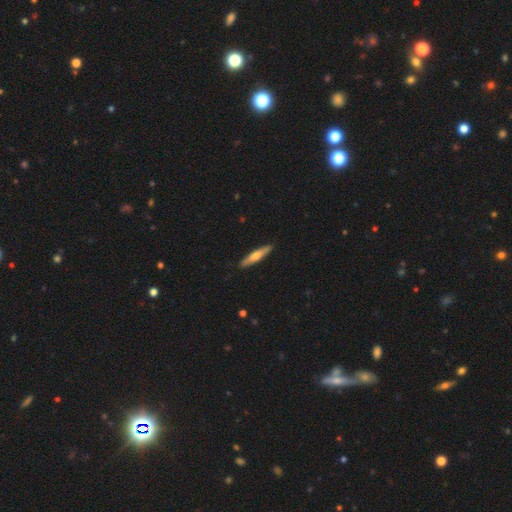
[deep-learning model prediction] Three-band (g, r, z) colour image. It shows a smooth galaxy with no disk features (51%) that is cigar-shaped (88%). Merging: none (90%).